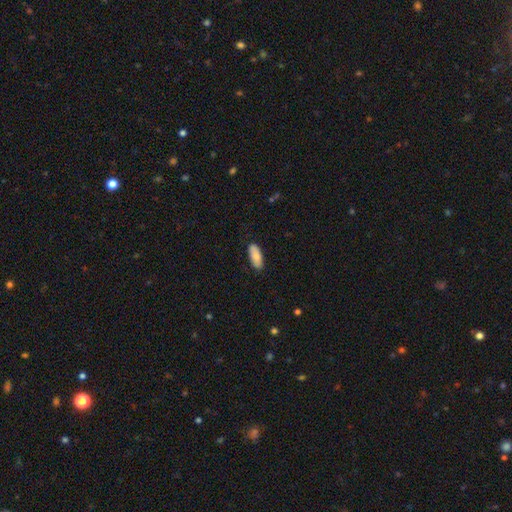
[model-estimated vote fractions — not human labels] Smooth or featured: smooth — 82% (featured or disk — 12%)
How rounded: in between — 82% (cigar-shaped — 16%)
Merging: none — 86% (minor disturbance — 11%)